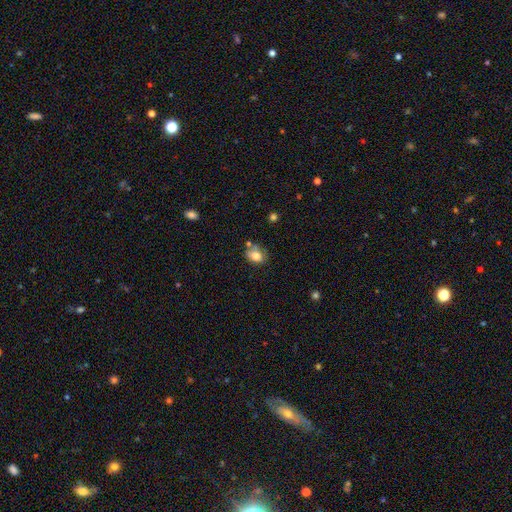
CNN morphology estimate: This is clearly a smooth galaxy (80%). How rounded: likely in between (63%). Merging: possibly none (57%).